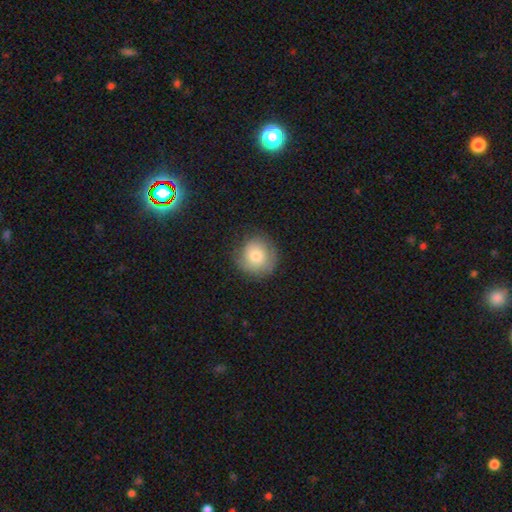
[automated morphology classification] Overall: smooth (75%). How rounded: round (92%). Merging: none (76%).